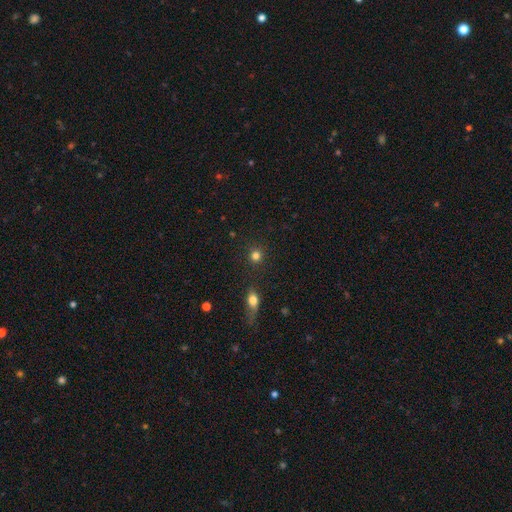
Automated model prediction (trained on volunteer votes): smooth-or-featured: smooth: 82% | star or artifact: 13% | featured or disk: 5%
  how-rounded: round: 92% | in between: 7% | cigar-shaped: 1%
  merging: none: 89% | minor disturbance: 6% | merger: 3% | major disturbance: 2%